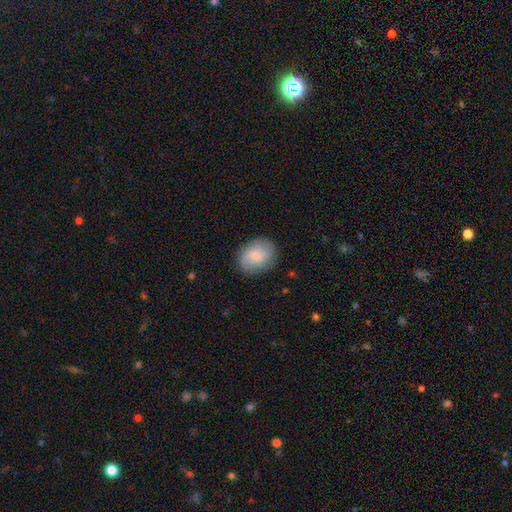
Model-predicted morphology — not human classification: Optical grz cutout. It shows a smooth galaxy with no disk features (67%) that is in between round and cigar-shaped (58%). Merging: none (82%).